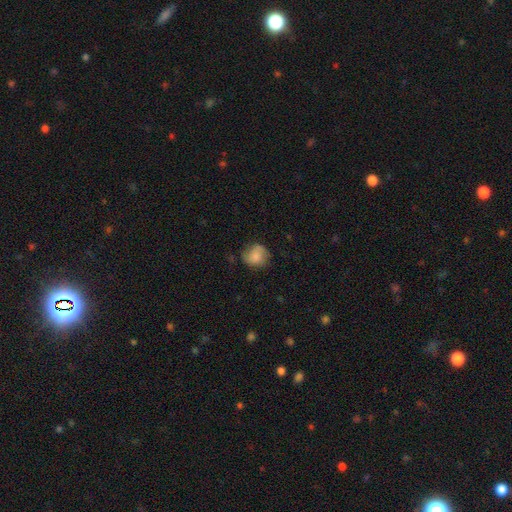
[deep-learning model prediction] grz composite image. It shows a smooth galaxy with no disk features (74%) that is round (79%). Merging: none (66%).